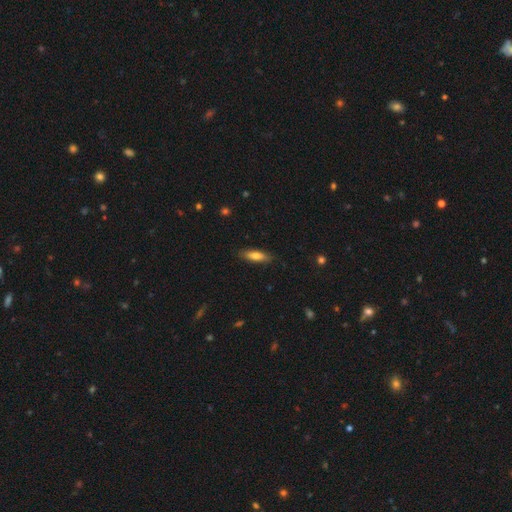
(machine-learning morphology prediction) A smooth galaxy with no disk features (73%) that is cigar-shaped (50%).

Vote fractions:
- Smooth or featured? smooth: 73% / featured or disk: 20% / star or artifact: 6%
- How rounded? cigar-shaped: 50% / in between: 48% / round: 2%
- Merging? none: 86% / minor disturbance: 11% / major disturbance: 2% / merger: 1%